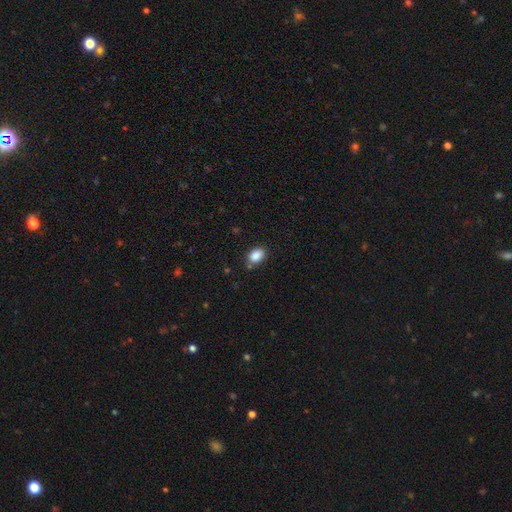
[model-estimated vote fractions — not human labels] Smooth or featured?
  - smooth: 87% *
  - star or artifact: 8%
  - featured or disk: 4%
How rounded?
  - in between: 83% *
  - round: 16%
  - cigar-shaped: 1%
Merging?
  - none: 79% *
  - minor disturbance: 14%
  - merger: 4%
  - major disturbance: 3%